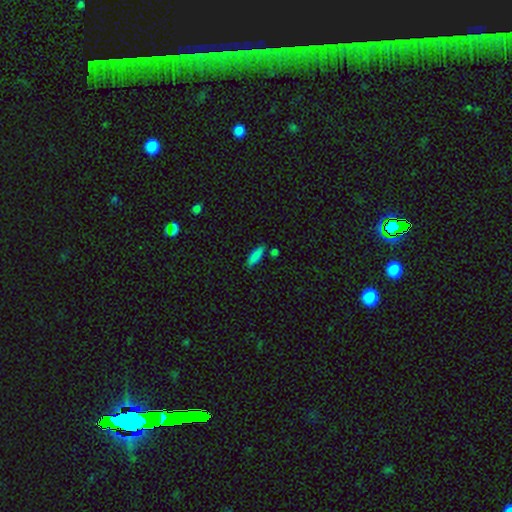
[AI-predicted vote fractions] The model was most divided on "how rounded": cigar-shaped: 57%, in between: 41%, round: 2%. More confident: smooth or featured — smooth (84%); merging — none (78%).